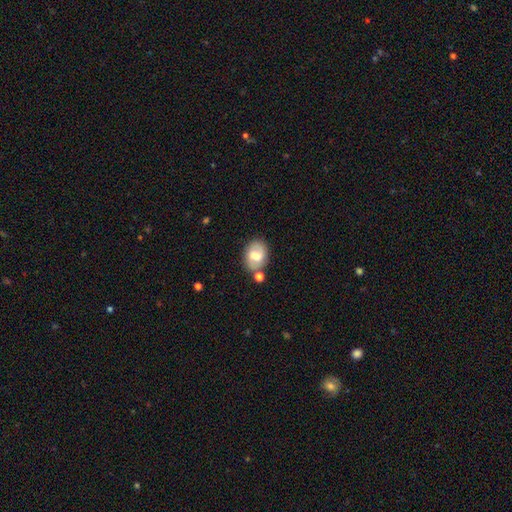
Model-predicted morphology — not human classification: Smooth or featured? Predicted: smooth (p=0.54). How rounded? Predicted: in between (p=0.72). Merging? Predicted: none (p=0.67).